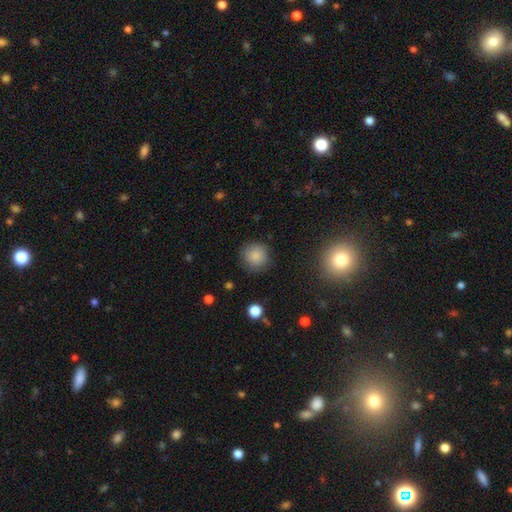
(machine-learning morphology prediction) Smooth or featured? Predicted: smooth (p=0.86). How rounded? Predicted: round (p=0.93). Merging? Predicted: none (p=0.86).